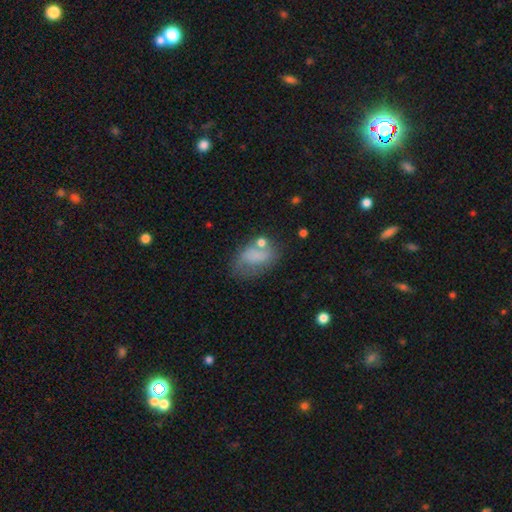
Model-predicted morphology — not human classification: This appears to be a smooth galaxy with no disk features (62%) that is in between round and cigar-shaped (83%). Merging: none (36%).